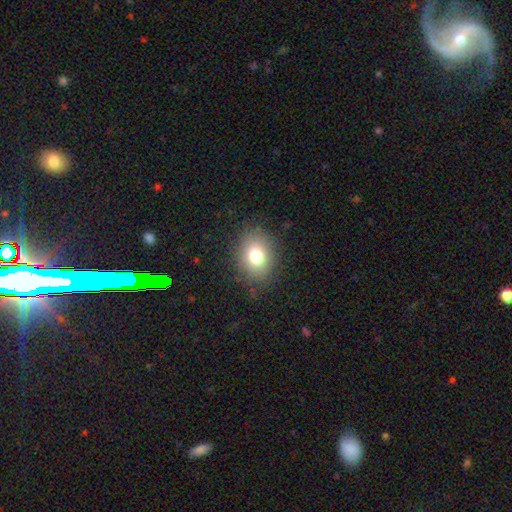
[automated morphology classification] A smooth galaxy with no disk features (77%) that is in between round and cigar-shaped (52%).

Vote fractions:
- Smooth or featured? smooth: 77% / star or artifact: 12% / featured or disk: 11%
- How rounded? in between: 52% / round: 47% / cigar-shaped: 1%
- Merging? none: 84% / minor disturbance: 11% / major disturbance: 4% / merger: 1%